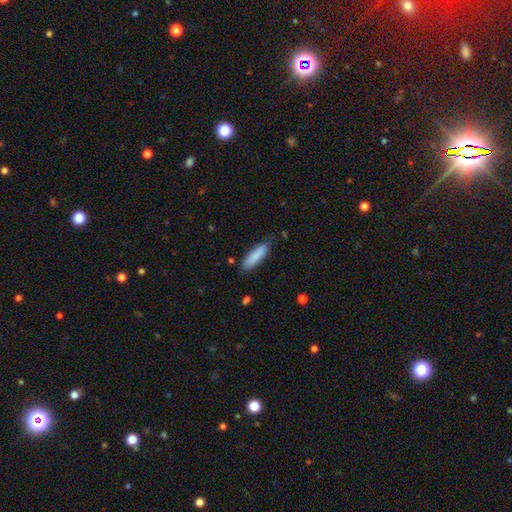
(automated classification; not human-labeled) Smooth or featured?
  - smooth: 88% *
  - featured or disk: 7%
  - star or artifact: 6%
How rounded?
  - cigar-shaped: 60% *
  - in between: 38%
  - round: 1%
Merging?
  - none: 79% *
  - minor disturbance: 17%
  - major disturbance: 3%
  - merger: 2%